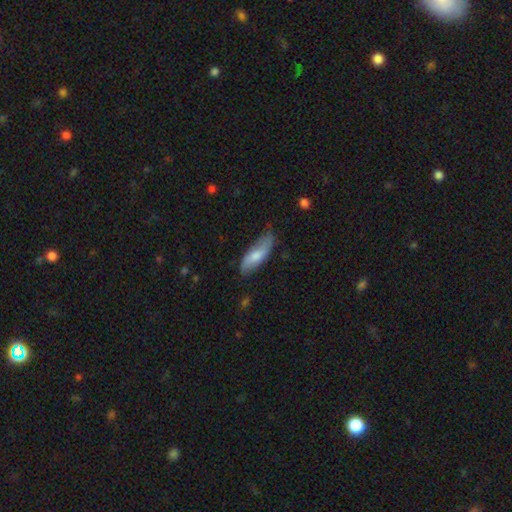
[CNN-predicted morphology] The model was most divided on "how rounded": in between: 60%, cigar-shaped: 37%, round: 2%. More confident: merging — none (66%); smooth or featured — smooth (59%).